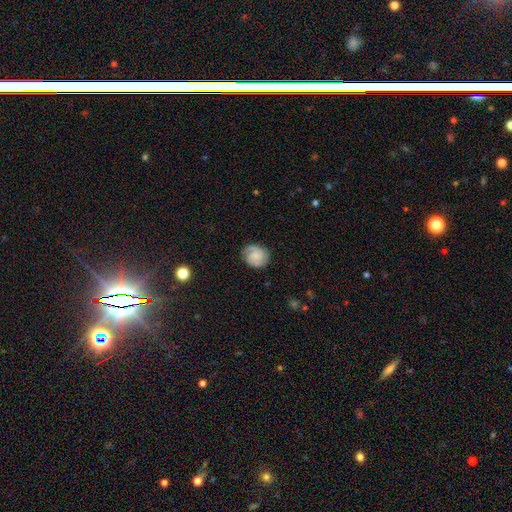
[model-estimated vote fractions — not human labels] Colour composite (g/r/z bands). It shows a featured or disk galaxy (65%) with no bar (66%), 2 (57%) tight (54%) spiral arms (95%) and a small central bulge (39%). Merging: none (79%).